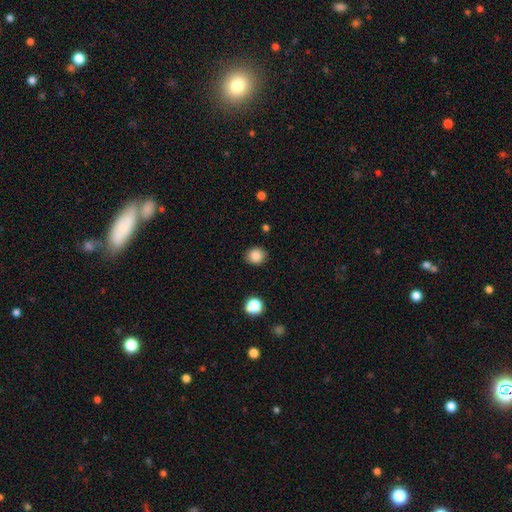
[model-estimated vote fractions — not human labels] A smooth galaxy with no disk features (86%) that is round (81%). Merging: none (87%).